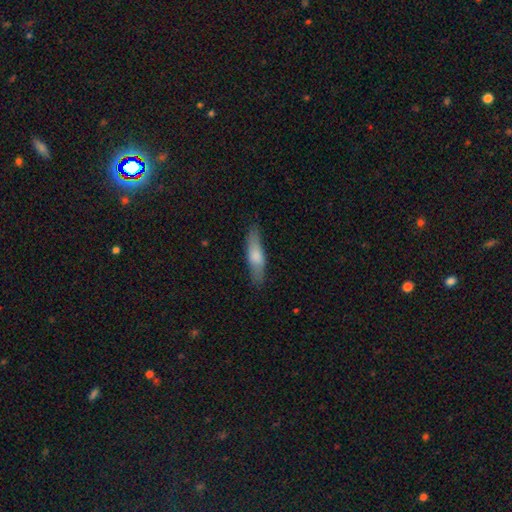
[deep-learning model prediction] Q: Smooth or featured?
A: smooth (64%); runner-up: featured or disk (30%)
Q: How rounded?
A: cigar-shaped (72%); runner-up: in between (26%)
Q: Merging?
A: none (83%); runner-up: minor disturbance (13%)